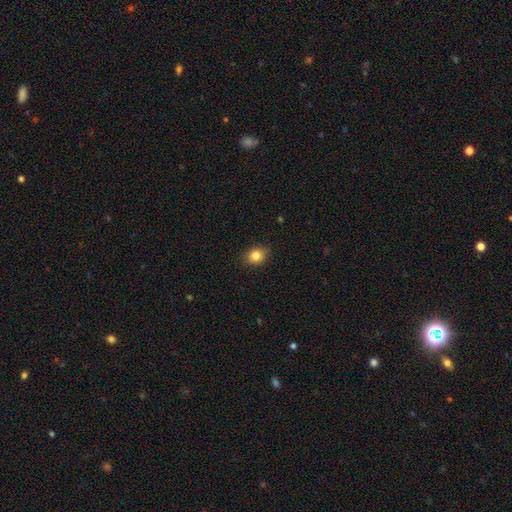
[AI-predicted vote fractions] Smooth or featured? Predicted: smooth (p=0.83). How rounded? Predicted: round (p=0.55). Merging? Predicted: none (p=0.88).